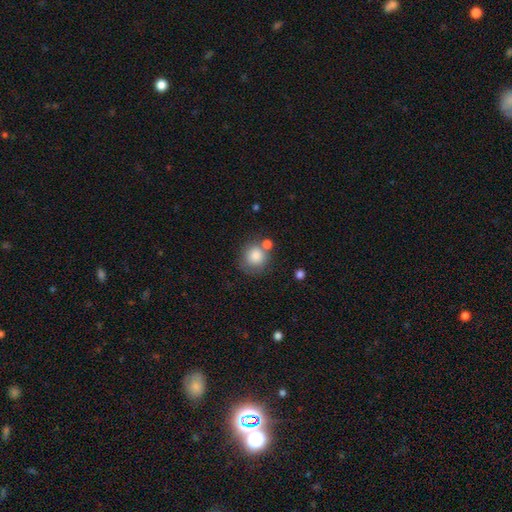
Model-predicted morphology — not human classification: The model was most divided on "merging": none: 63%, merger: 17%, minor disturbance: 14%, major disturbance: 5%. More confident: how rounded — round (87%); smooth or featured — smooth (84%).